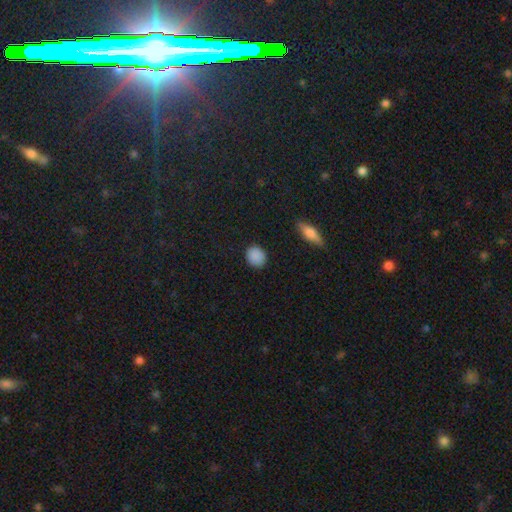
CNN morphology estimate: smooth_or_featured: smooth (p=0.88) [alt: star or artifact p=0.09]
how_rounded: round (p=0.80) [alt: in between p=0.19]
merging: none (p=0.90) [alt: minor disturbance p=0.07]